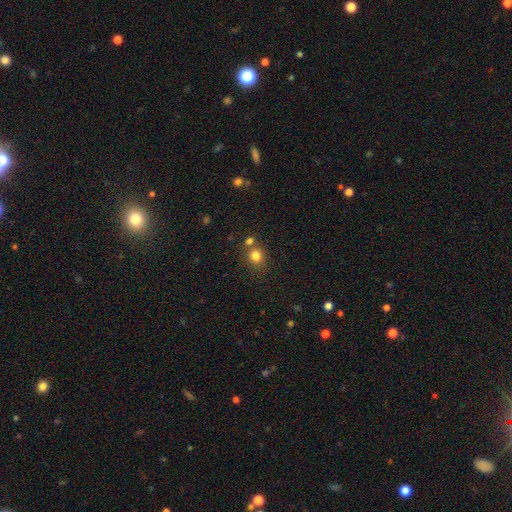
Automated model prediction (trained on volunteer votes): Overall: smooth (81%). How rounded: round (82%). Merging: none (65%).